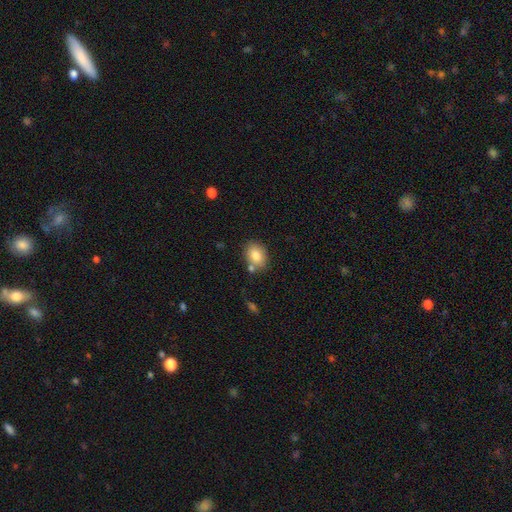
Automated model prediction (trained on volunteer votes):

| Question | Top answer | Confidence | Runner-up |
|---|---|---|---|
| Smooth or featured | smooth | 81% | featured or disk (10%) |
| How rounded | in between | 68% | round (31%) |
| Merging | none | 73% | minor disturbance (13%) |